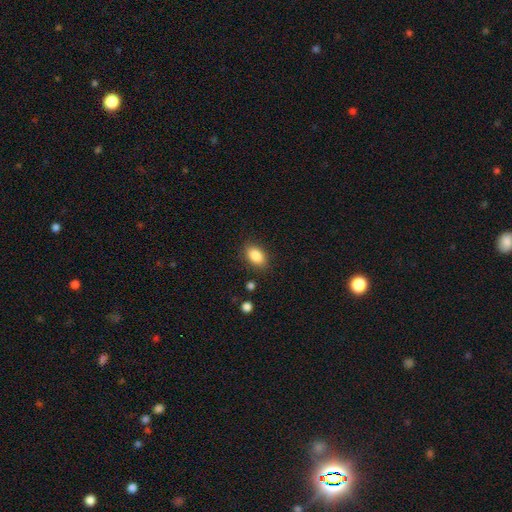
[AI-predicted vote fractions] Smooth or featured? Predicted: smooth (p=0.87). How rounded? Predicted: in between (p=0.88). Merging? Predicted: none (p=0.85).